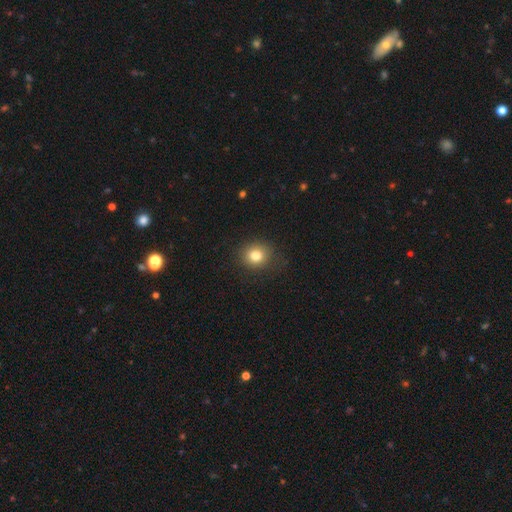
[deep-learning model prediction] A smooth galaxy with no disk features (81%) that is round (76%).

Vote fractions:
- Smooth or featured? smooth: 81% / star or artifact: 12% / featured or disk: 7%
- How rounded? round: 76% / in between: 23% / cigar-shaped: 1%
- Merging? none: 85% / minor disturbance: 11% / major disturbance: 4% / merger: 1%